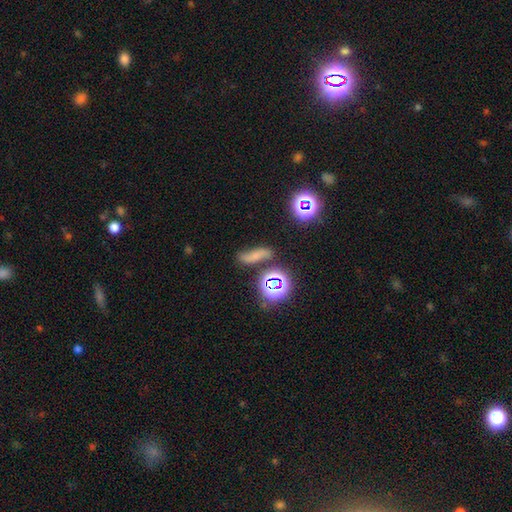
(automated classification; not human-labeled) Smooth or featured? Predicted: smooth (p=0.49). Merging? Predicted: none (p=0.63).